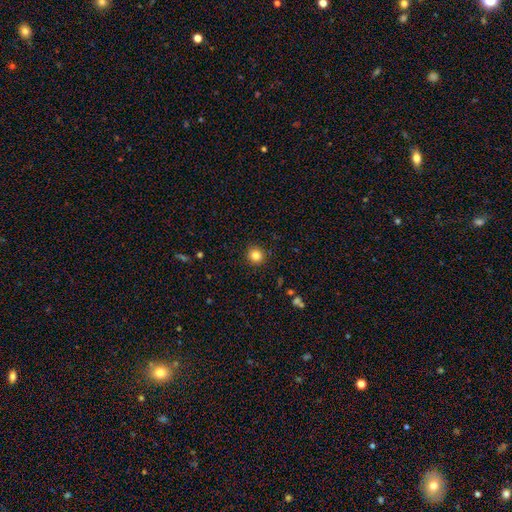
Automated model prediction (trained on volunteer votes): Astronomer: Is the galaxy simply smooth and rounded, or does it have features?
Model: smooth — 83%.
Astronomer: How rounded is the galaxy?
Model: round — 93%.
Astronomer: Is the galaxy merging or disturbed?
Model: none — 92%.